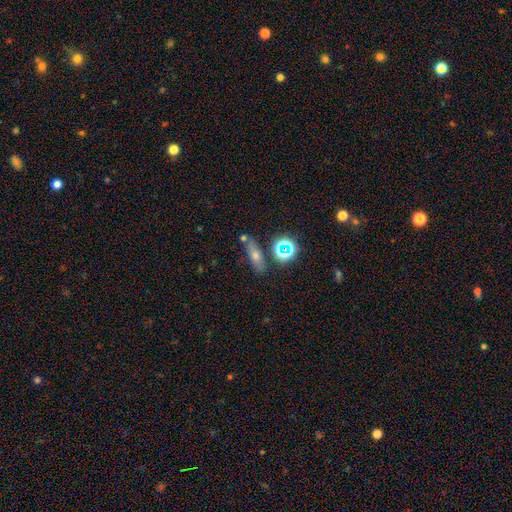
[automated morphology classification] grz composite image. It shows a smooth galaxy with no disk features (46%). Merging: none (72%).